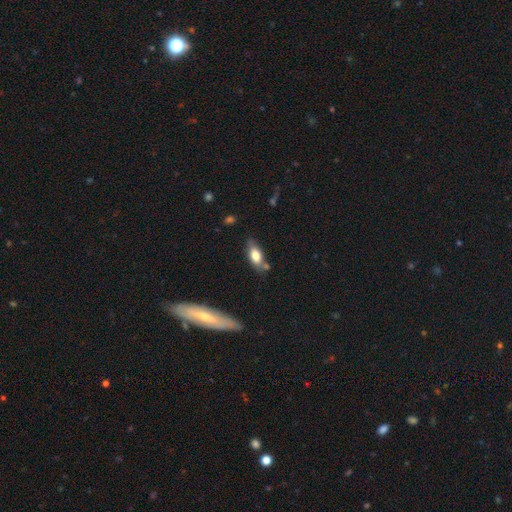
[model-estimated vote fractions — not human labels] Smooth or featured?
  - smooth: 73% *
  - featured or disk: 20%
  - star or artifact: 7%
How rounded?
  - in between: 81% *
  - cigar-shaped: 15%
  - round: 3%
Merging?
  - none: 68% *
  - minor disturbance: 19%
  - merger: 9%
  - major disturbance: 4%